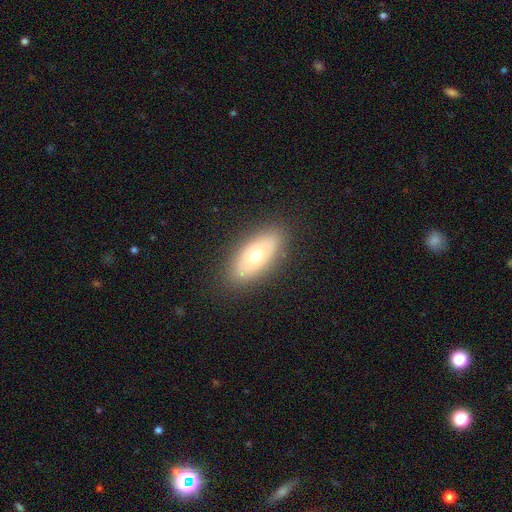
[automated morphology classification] Q: Smooth or featured?
A: smooth (60%); runner-up: featured or disk (33%)
Q: How rounded?
A: in between (85%); runner-up: cigar-shaped (11%)
Q: Merging?
A: none (86%); runner-up: minor disturbance (10%)